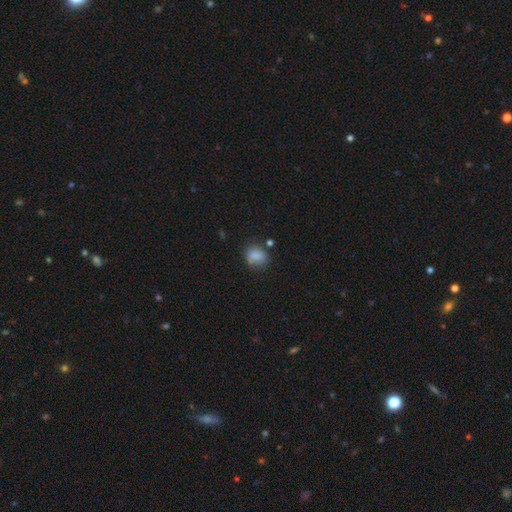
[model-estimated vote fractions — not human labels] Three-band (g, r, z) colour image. It shows a smooth galaxy with no disk features (83%) that is round (59%). Merging: none (61%).